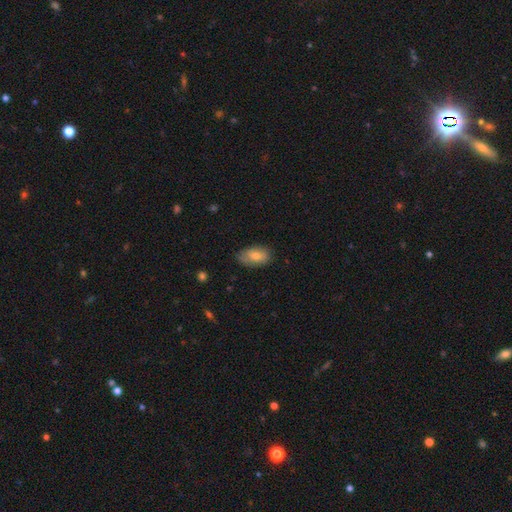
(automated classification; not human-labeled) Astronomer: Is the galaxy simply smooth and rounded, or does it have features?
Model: smooth — 76%.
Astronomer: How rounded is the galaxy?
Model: in between — 92%.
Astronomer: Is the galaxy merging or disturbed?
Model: none — 71%.